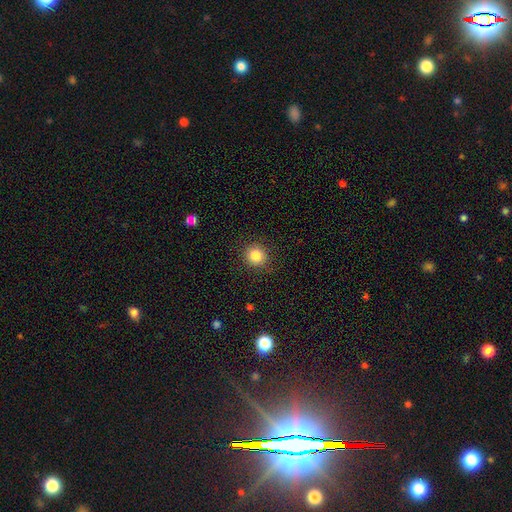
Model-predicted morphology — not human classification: This appears to be a smooth galaxy with no disk features (85%) that is round (92%). Merging: none (89%).